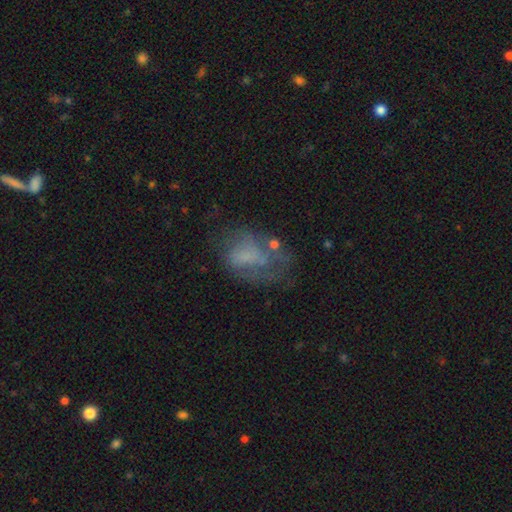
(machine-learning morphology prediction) This is marginally a featured or disk galaxy (44%). Merging: marginally major disturbance (38%).